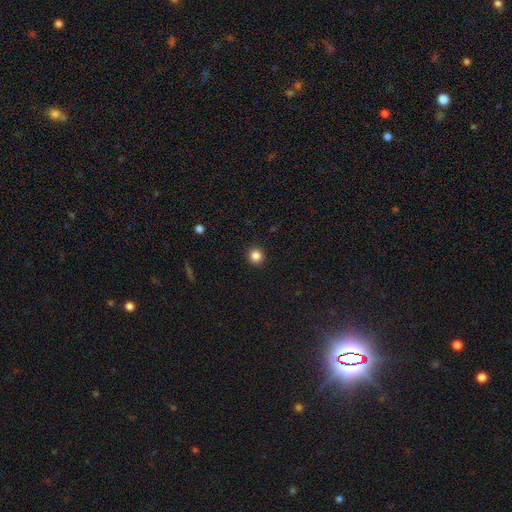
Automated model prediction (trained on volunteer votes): This appears to be a smooth galaxy with no disk features (85%) that is round (92%). Merging: none (93%).